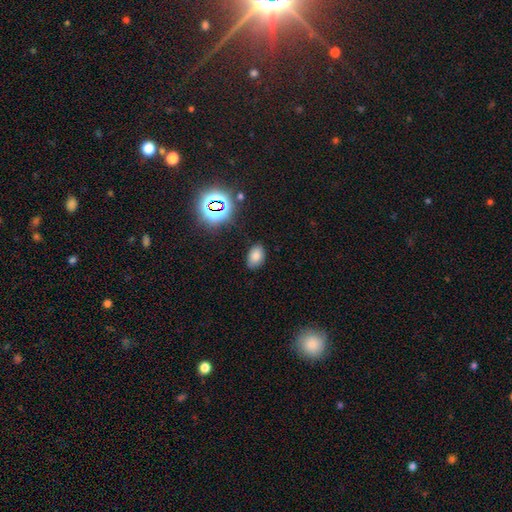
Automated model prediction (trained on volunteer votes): smooth-or-featured: smooth: 75% | star or artifact: 17% | featured or disk: 8%
  how-rounded: in between: 89% | round: 10% | cigar-shaped: 1%
  merging: none: 82% | minor disturbance: 13% | major disturbance: 3% | merger: 2%